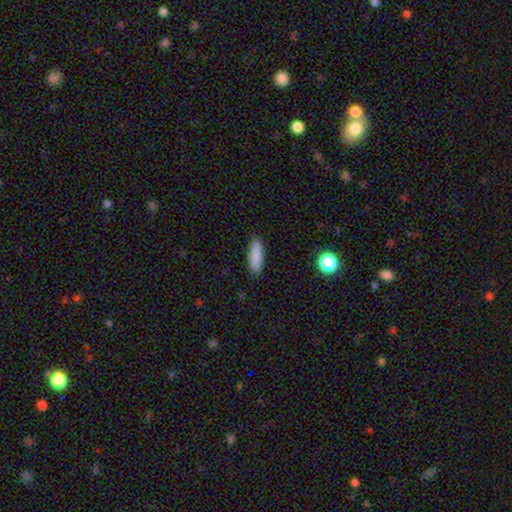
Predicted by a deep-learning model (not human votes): Q: Smooth or featured?
A: smooth (87%); runner-up: star or artifact (7%)
Q: How rounded?
A: cigar-shaped (52%); runner-up: in between (46%)
Q: Merging?
A: none (88%); runner-up: minor disturbance (9%)